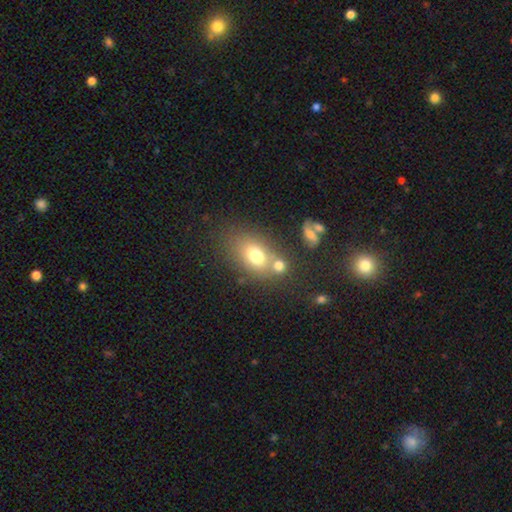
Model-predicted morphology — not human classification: smooth 72%, featured or disk 16%, star or artifact 12%. Down the decision tree: how rounded — in between (74%); merging — none (54%).